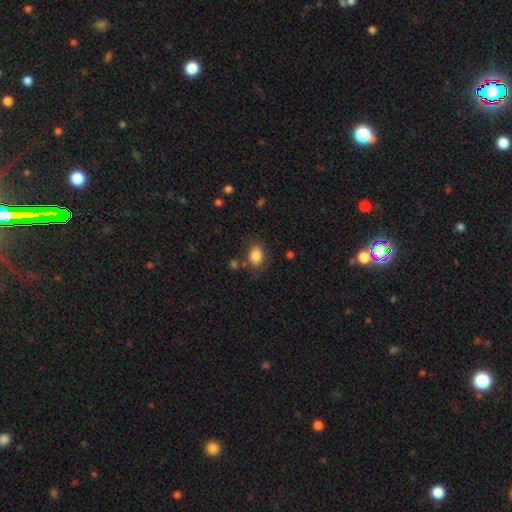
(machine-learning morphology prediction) This appears to be a smooth galaxy with no disk features (84%) that is in between round and cigar-shaped (73%). Merging: none (75%).